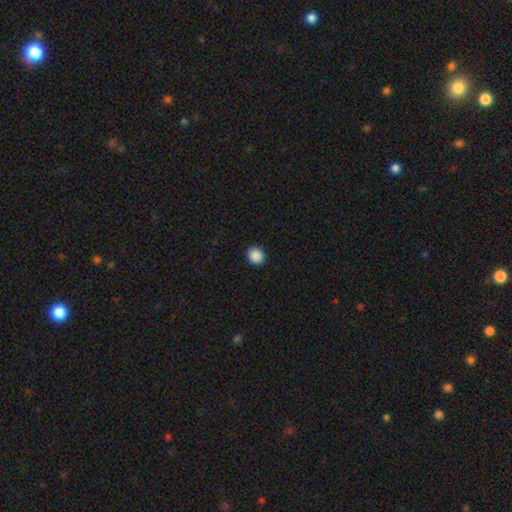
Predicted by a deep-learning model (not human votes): smooth 89%, star or artifact 9%, featured or disk 2%. Down the decision tree: how rounded — round (81%); merging — none (91%).